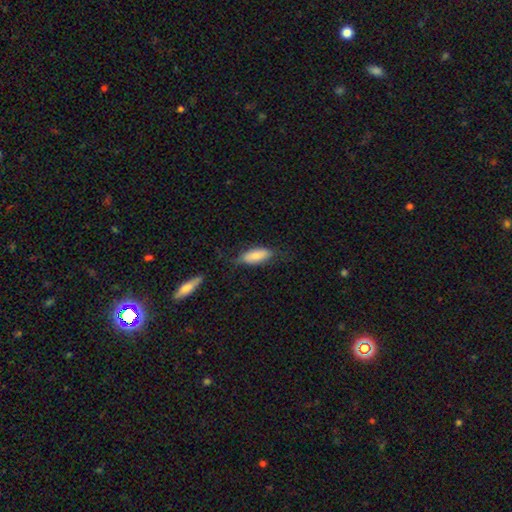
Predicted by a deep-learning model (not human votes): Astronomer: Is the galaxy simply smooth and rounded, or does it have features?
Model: smooth — 76%.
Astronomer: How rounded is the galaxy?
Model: in between — 78%.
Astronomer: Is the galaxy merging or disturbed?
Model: none — 64%.